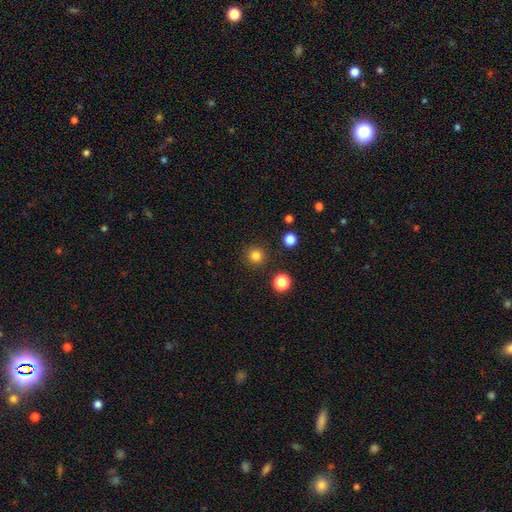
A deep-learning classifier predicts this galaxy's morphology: The model was most divided on "smooth or featured": smooth: 82%, star or artifact: 13%, featured or disk: 5%. More confident: how rounded — round (95%); merging — none (91%).